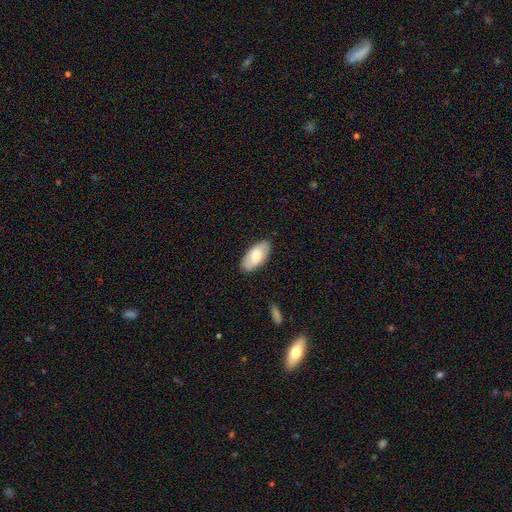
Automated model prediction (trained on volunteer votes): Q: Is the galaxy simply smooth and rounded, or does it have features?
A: smooth — 75%.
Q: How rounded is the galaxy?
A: in between — 93%.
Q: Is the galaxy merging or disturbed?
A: none — 87%.